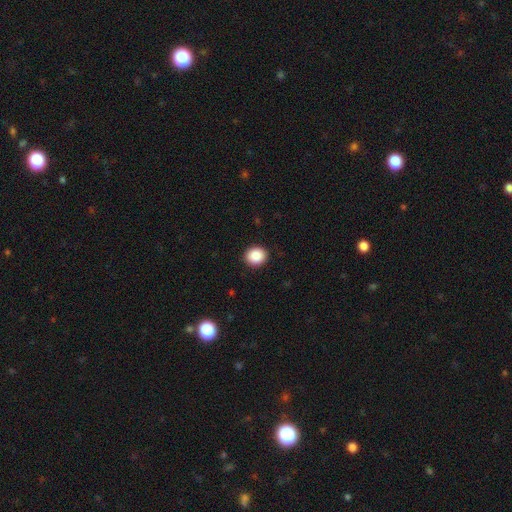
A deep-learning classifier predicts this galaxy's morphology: Smooth or featured: smooth — 88% (star or artifact — 9%)
How rounded: round — 77% (in between — 22%)
Merging: none — 92% (minor disturbance — 6%)